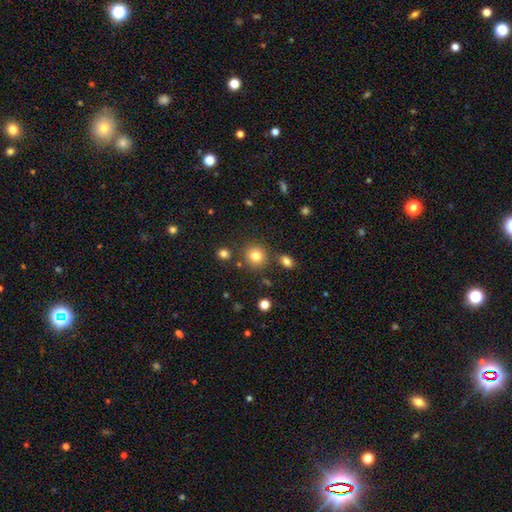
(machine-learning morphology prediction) This appears to be a smooth galaxy with no disk features (81%) that is round (89%). Merging: none (82%).